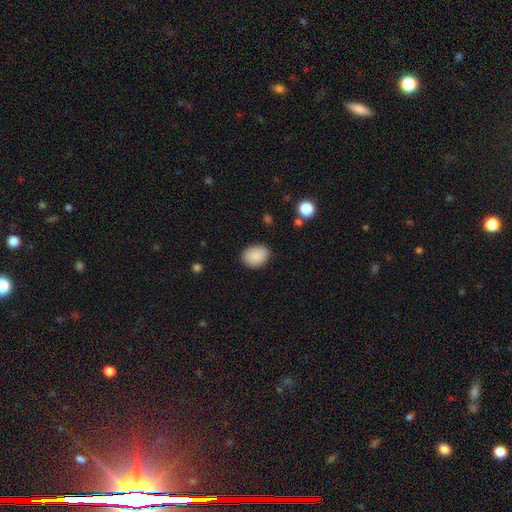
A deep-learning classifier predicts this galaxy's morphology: smooth-or-featured: smooth: 89% | star or artifact: 8% | featured or disk: 4%
  how-rounded: in between: 67% | round: 32% | cigar-shaped: 1%
  merging: none: 85% | minor disturbance: 11% | major disturbance: 3% | merger: 1%